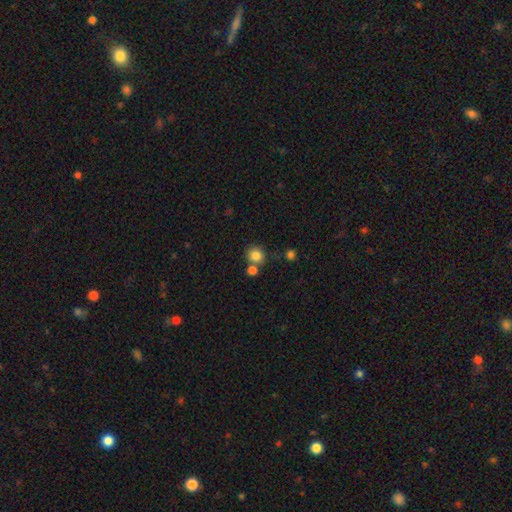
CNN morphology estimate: Smooth or featured: smooth — 83% (star or artifact — 11%)
How rounded: round — 81% (in between — 18%)
Merging: none — 64% (merger — 21%)